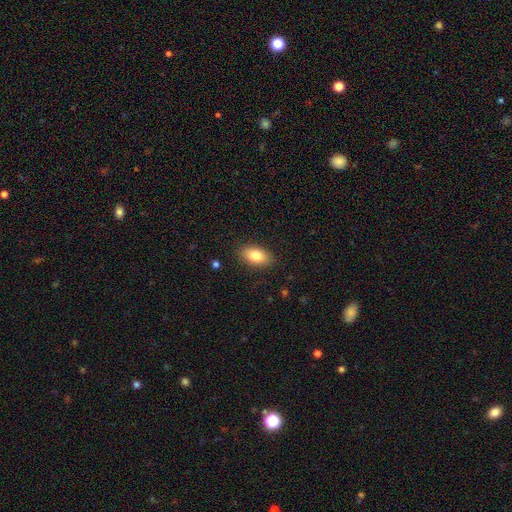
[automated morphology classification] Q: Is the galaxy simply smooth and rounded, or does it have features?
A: smooth — 80%.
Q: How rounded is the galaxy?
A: in between — 90%.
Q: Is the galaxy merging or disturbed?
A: none — 88%.